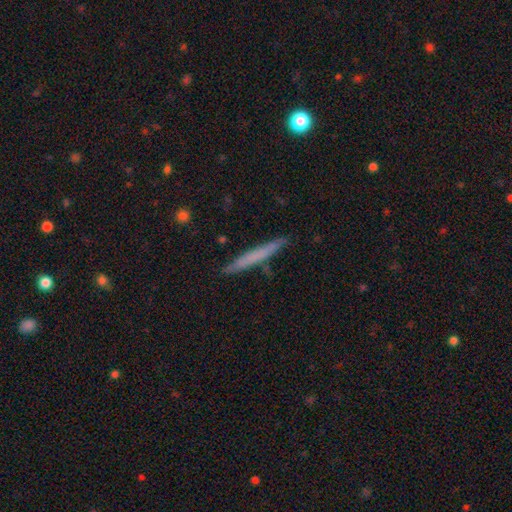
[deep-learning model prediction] A smooth galaxy with no disk features (62%) that is cigar-shaped (97%). Merging: none (88%).